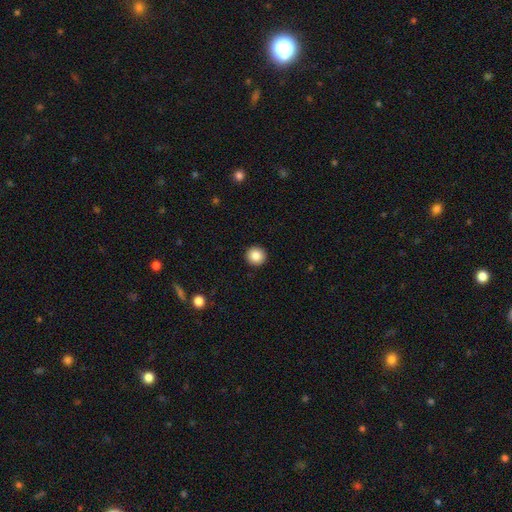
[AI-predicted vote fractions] A smooth galaxy with no disk features (86%) that is round (94%).

Vote fractions:
- Smooth or featured? smooth: 86% / star or artifact: 9% / featured or disk: 5%
- How rounded? round: 94% / in between: 5% / cigar-shaped: 1%
- Merging? none: 93% / minor disturbance: 4% / major disturbance: 2% / merger: 1%